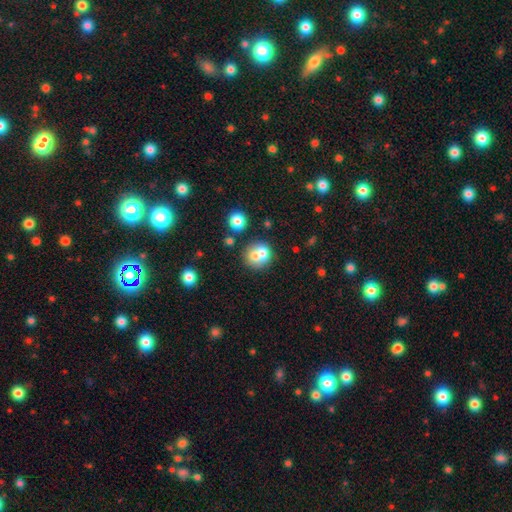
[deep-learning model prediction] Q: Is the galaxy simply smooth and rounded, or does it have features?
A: smooth — 69%.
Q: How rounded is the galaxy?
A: round — 84%.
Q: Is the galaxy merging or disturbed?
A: merger — 49%.